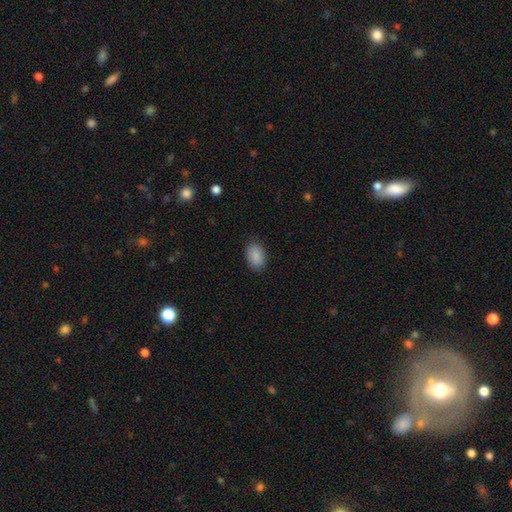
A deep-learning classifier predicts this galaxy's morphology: Smooth or featured? smooth (90%)
How rounded? in between (86%)
Merging? none (86%)